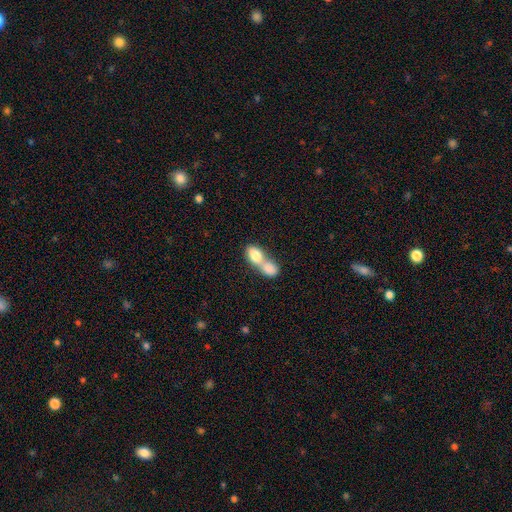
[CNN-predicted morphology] A smooth galaxy with no disk features (79%) that is in between round and cigar-shaped (77%).

Vote fractions:
- Smooth or featured? smooth: 79% / featured or disk: 14% / star or artifact: 7%
- How rounded? in between: 77% / round: 19% / cigar-shaped: 4%
- Merging? merger: 79% / none: 14% / minor disturbance: 5% / major disturbance: 3%